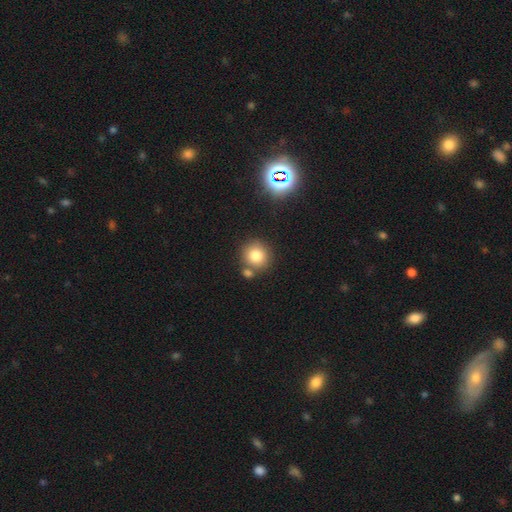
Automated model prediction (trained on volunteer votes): Smooth or featured: smooth — 80% (star or artifact — 12%)
How rounded: round — 89% (in between — 10%)
Merging: none — 70% (merger — 18%)